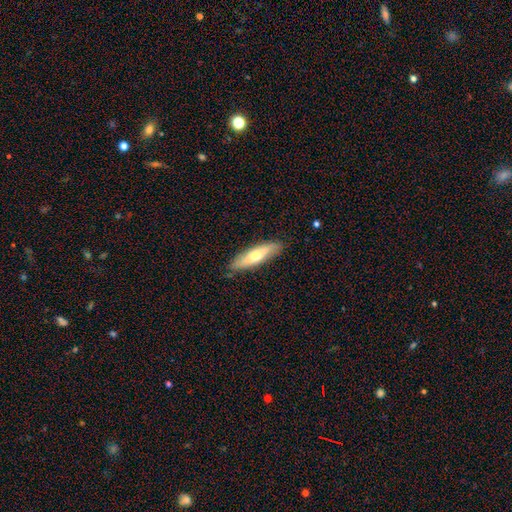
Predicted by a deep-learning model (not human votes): Smooth or featured? Predicted: smooth (p=0.58). How rounded? Predicted: cigar-shaped (p=0.64). Merging? Predicted: none (p=0.85).